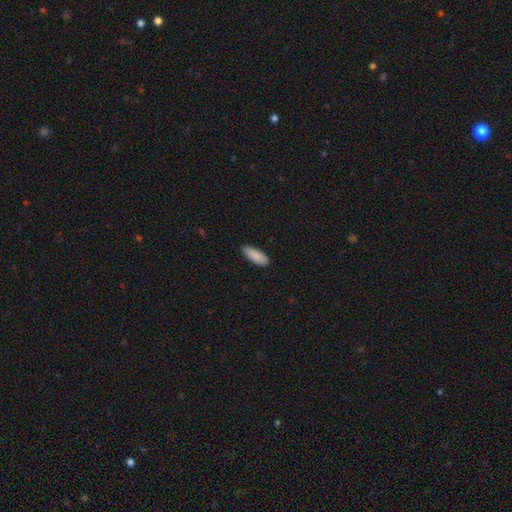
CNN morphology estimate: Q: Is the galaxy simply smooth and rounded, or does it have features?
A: smooth — 90%.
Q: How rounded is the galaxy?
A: in between — 71%.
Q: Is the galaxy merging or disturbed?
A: none — 87%.